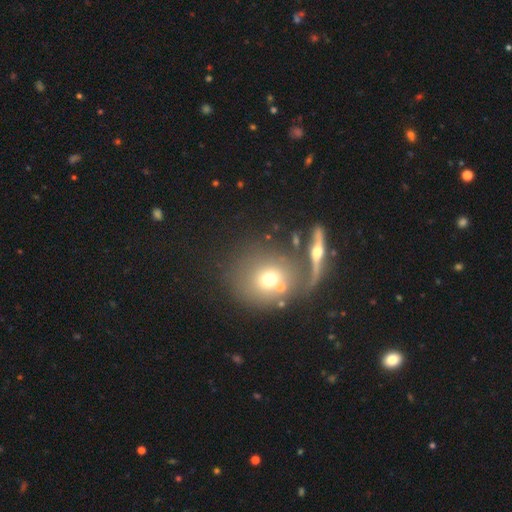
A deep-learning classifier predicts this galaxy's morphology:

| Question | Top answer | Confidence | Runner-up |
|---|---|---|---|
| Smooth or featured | smooth | 52% | featured or disk (30%) |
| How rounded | round | 82% | in between (16%) |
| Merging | none | 55% | merger (28%) |